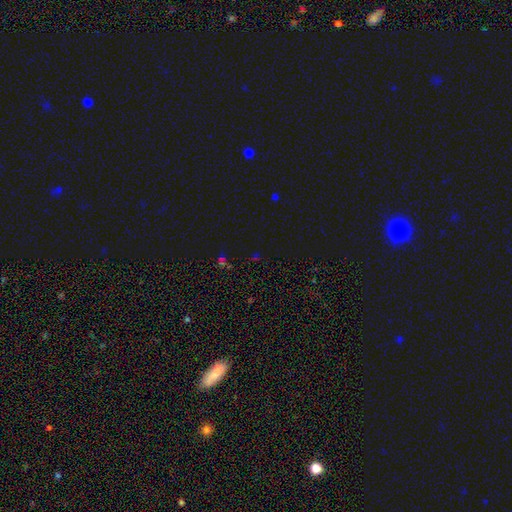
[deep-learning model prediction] Smooth or featured? Predicted: star or artifact (p=0.66).